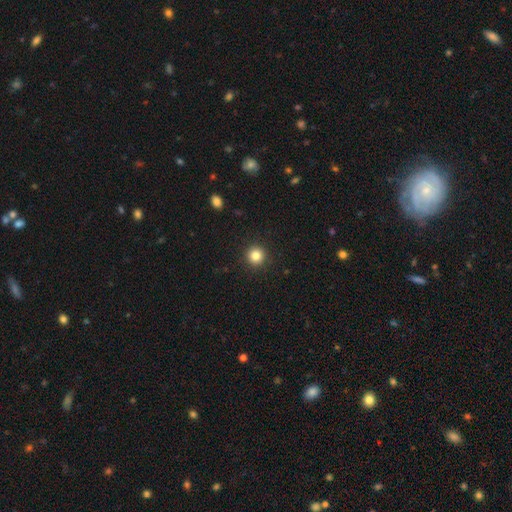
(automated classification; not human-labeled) Smooth or featured: smooth — 83% (star or artifact — 11%)
How rounded: round — 95% (in between — 4%)
Merging: none — 93% (minor disturbance — 5%)